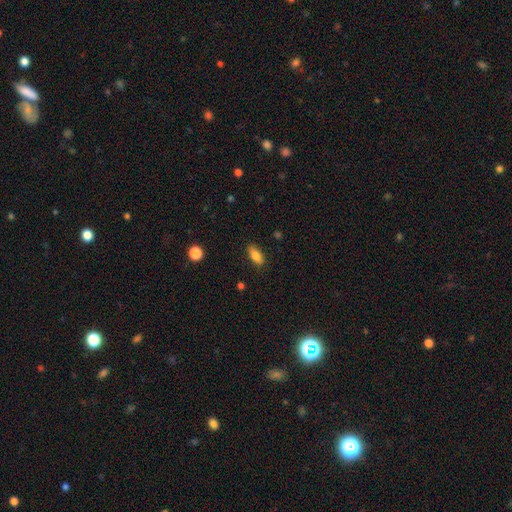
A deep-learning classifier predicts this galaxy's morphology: Overall: smooth (83%). How rounded: in between (84%). Merging: none (85%).